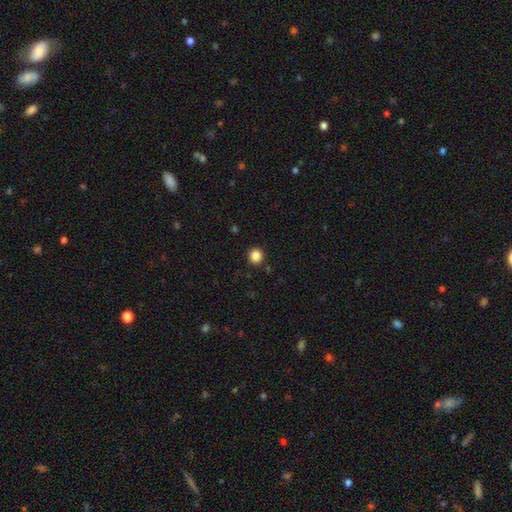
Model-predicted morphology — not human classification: smooth-or-featured: smooth: 86% | star or artifact: 11% | featured or disk: 3%
  how-rounded: round: 94% | in between: 5% | cigar-shaped: 1%
  merging: none: 92% | minor disturbance: 5% | major disturbance: 2% | merger: 1%